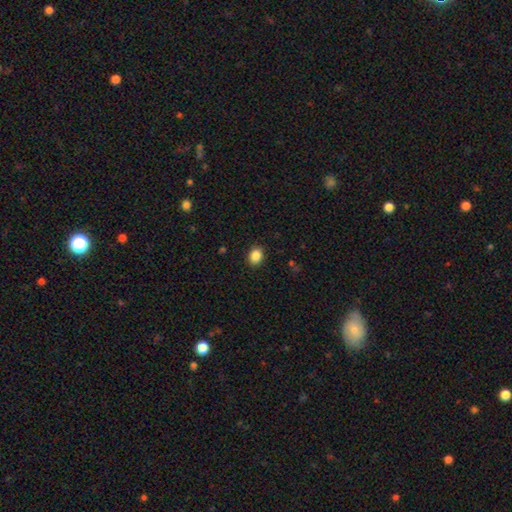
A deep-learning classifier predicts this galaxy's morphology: A smooth galaxy with no disk features (88%) that is in between round and cigar-shaped (58%).

Vote fractions:
- Smooth or featured? smooth: 88% / star or artifact: 9% / featured or disk: 3%
- How rounded? in between: 58% / round: 41% / cigar-shaped: 1%
- Merging? none: 90% / minor disturbance: 7% / major disturbance: 2% / merger: 1%